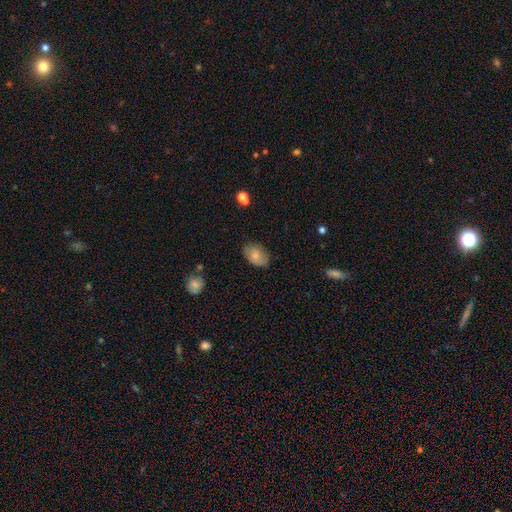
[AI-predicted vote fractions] This appears to be a smooth galaxy with no disk features (78%) that is in between round and cigar-shaped (89%). Merging: none (77%).